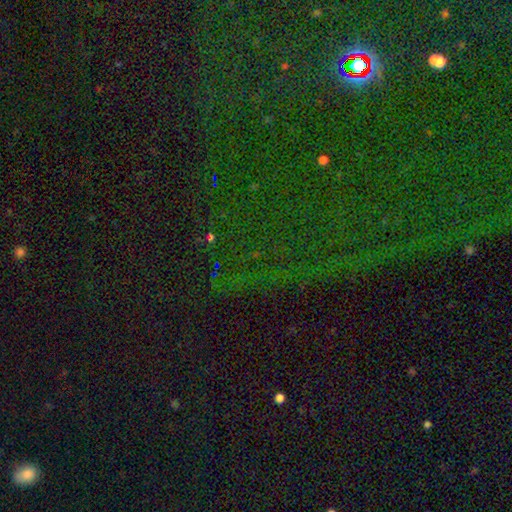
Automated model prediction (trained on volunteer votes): Smooth or featured?
  - star or artifact: 81% *
  - smooth: 10%
  - featured or disk: 9%